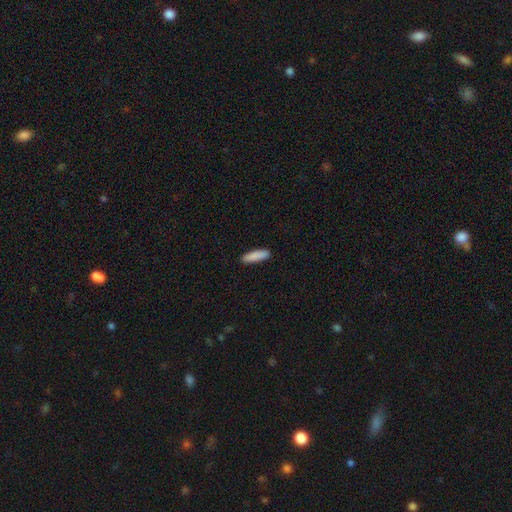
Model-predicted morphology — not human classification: type=smooth (89%); roundness=cigar-shaped (68%); merging=none (90%).